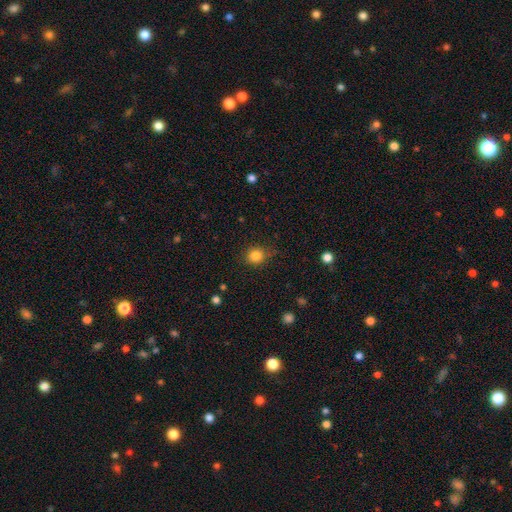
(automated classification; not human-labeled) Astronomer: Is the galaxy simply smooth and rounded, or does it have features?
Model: smooth — 84%.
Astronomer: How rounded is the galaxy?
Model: round — 82%.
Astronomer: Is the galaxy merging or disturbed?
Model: none — 80%.